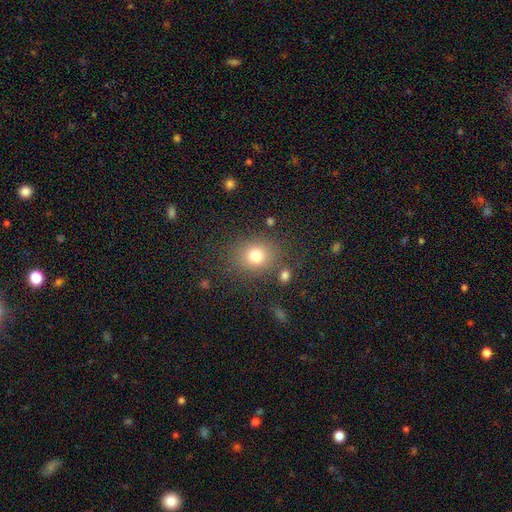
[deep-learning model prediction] smooth 78%, star or artifact 13%, featured or disk 9%. Down the decision tree: how rounded — round (68%); merging — none (79%).